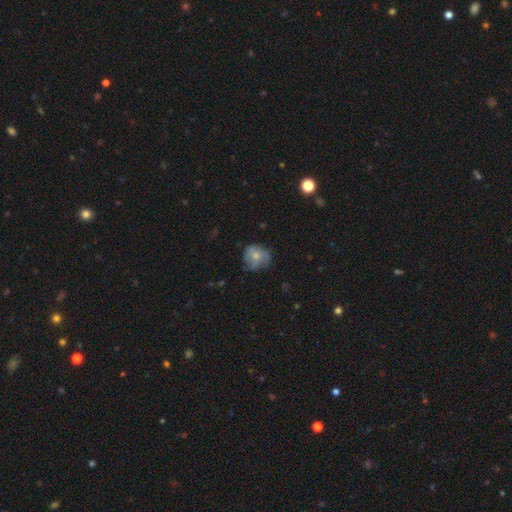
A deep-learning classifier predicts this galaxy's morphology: Smooth or featured? smooth (57%)
How rounded? round (75%)
Merging? none (57%)